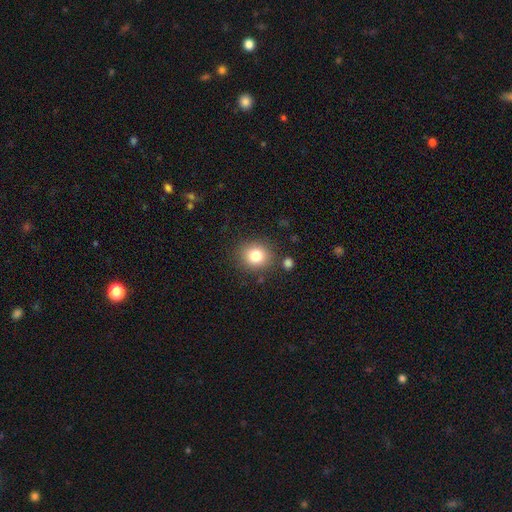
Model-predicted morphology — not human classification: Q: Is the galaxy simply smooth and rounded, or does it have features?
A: smooth — 81%.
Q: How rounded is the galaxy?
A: round — 81%.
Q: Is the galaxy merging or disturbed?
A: none — 85%.